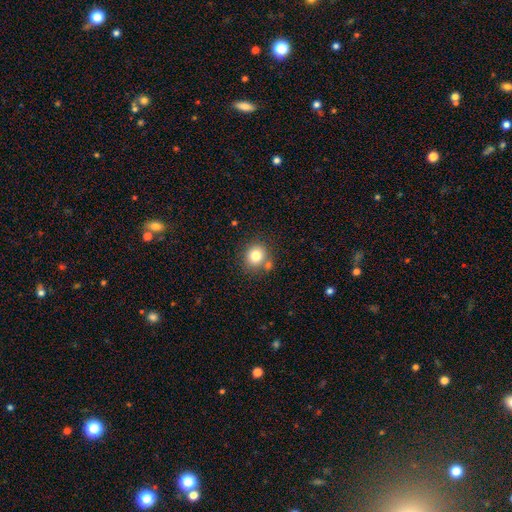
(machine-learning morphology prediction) This appears to be a smooth galaxy with no disk features (80%) that is round (81%). Merging: none (73%).